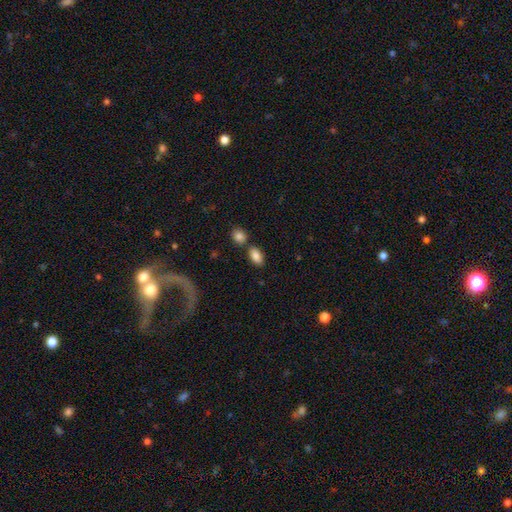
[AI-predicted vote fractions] Morphology: type=smooth (86%); roundness=in between (90%); merging=none (69%).